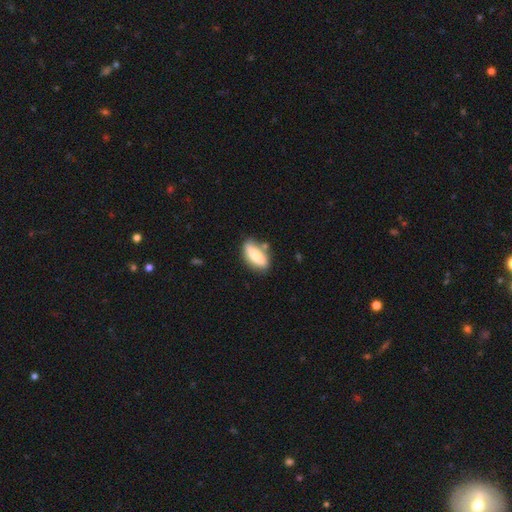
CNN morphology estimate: smooth 61%, featured or disk 32%, star or artifact 6%. Down the decision tree: how rounded — in between (57%); merging — none (76%).